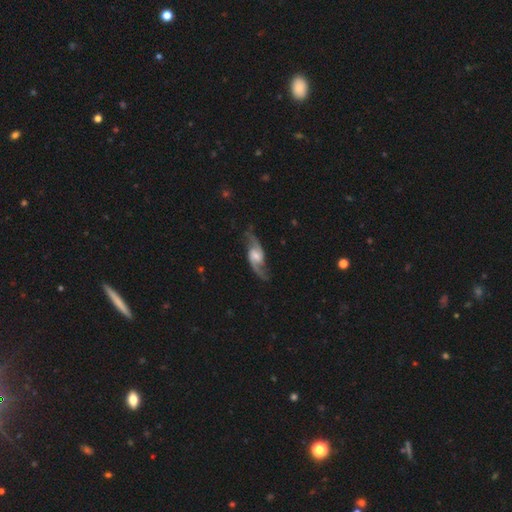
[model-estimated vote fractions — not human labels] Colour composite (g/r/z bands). It shows a featured or disk galaxy (88%) with a weak bar (51%), 2 (93%) loose (55%) spiral arms (97%) and a moderate central bulge (43%). Merging: none (79%).